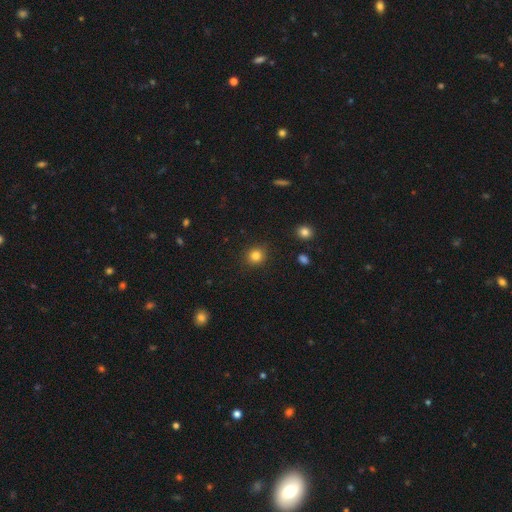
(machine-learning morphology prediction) smooth-or-featured: smooth: 84% | star or artifact: 12% | featured or disk: 5%
  how-rounded: round: 88% | in between: 11% | cigar-shaped: 1%
  merging: none: 90% | minor disturbance: 7% | major disturbance: 2% | merger: 1%